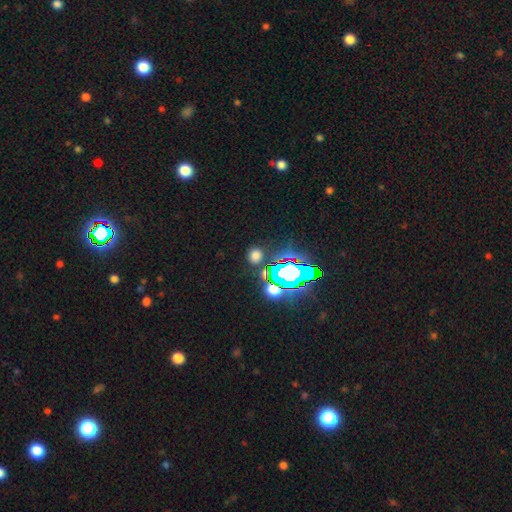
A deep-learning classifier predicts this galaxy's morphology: A smooth galaxy with no disk features (59%) that is round (85%).

Vote fractions:
- Smooth or featured? smooth: 59% / star or artifact: 33% / featured or disk: 8%
- How rounded? round: 85% / in between: 13% / cigar-shaped: 2%
- Merging? none: 84% / minor disturbance: 9% / merger: 4% / major disturbance: 4%